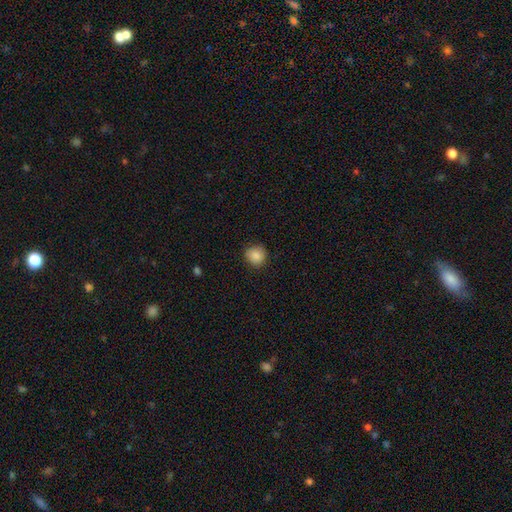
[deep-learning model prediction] The model was most divided on "merging": none: 87%, minor disturbance: 10%, major disturbance: 3%, merger: 1%. More confident: how rounded — round (90%); smooth or featured — smooth (87%).